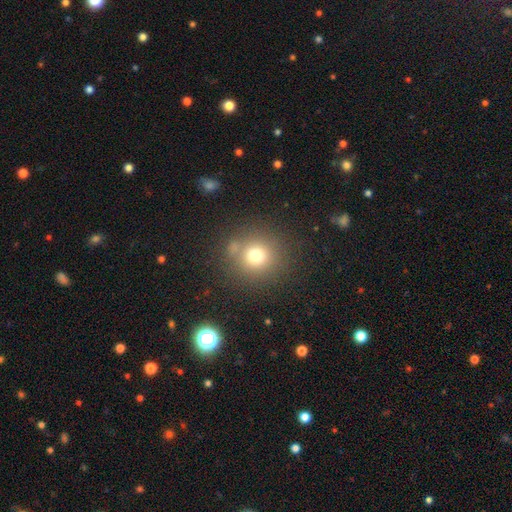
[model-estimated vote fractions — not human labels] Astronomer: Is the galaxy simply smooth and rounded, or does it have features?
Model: smooth — 74%.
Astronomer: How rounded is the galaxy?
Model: round — 92%.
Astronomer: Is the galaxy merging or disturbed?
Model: none — 78%.